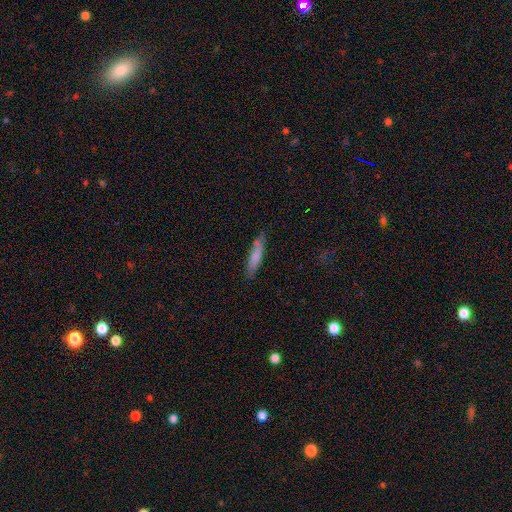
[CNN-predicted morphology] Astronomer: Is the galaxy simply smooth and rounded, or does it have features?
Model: smooth — 76%.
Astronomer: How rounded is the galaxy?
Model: cigar-shaped — 86%.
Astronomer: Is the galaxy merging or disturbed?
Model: none — 77%.